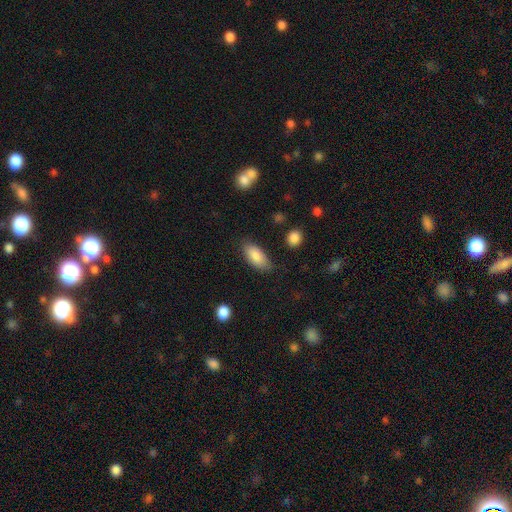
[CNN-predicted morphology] A smooth galaxy with no disk features (86%) that is in between round and cigar-shaped (90%).

Vote fractions:
- Smooth or featured? smooth: 86% / featured or disk: 7% / star or artifact: 7%
- How rounded? in between: 90% / cigar-shaped: 8% / round: 2%
- Merging? none: 77% / minor disturbance: 17% / major disturbance: 4% / merger: 2%